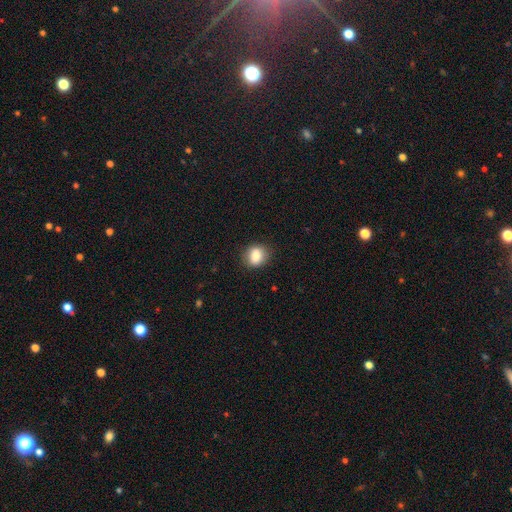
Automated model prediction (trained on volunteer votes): This is clearly a smooth galaxy (85%). How rounded: likely round (60%). Merging: clearly none (84%).